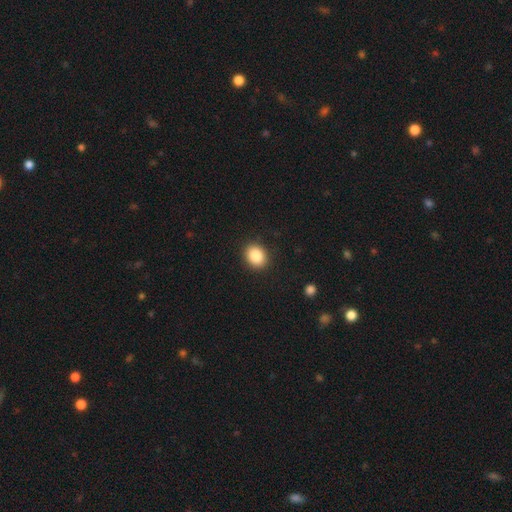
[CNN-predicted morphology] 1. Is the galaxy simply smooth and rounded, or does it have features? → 88% smooth, 8% star or artifact, 4% featured or disk.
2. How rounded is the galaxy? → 51% round, 48% in between, 1% cigar-shaped.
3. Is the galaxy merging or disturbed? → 90% none, 7% minor disturbance, 2% major disturbance, 1% merger.